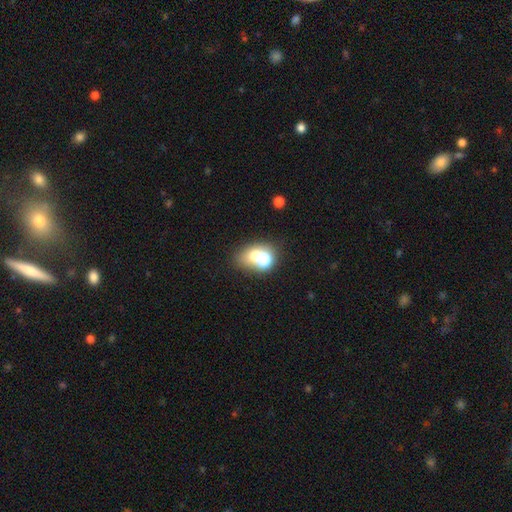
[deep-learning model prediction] The model was most divided on "merging": merger: 43%, none: 41%, minor disturbance: 9%, major disturbance: 6%. More confident: smooth or featured — smooth (61%); how rounded — in between (51%).